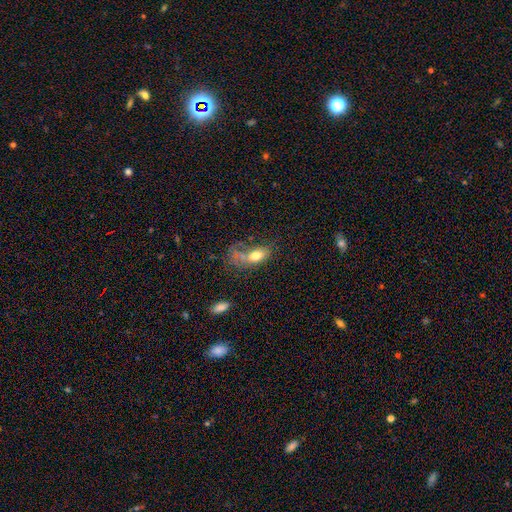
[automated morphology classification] Smooth or featured: smooth — 71% (featured or disk — 20%)
How rounded: in between — 84% (round — 8%)
Merging: major disturbance — 35% (none — 27%)